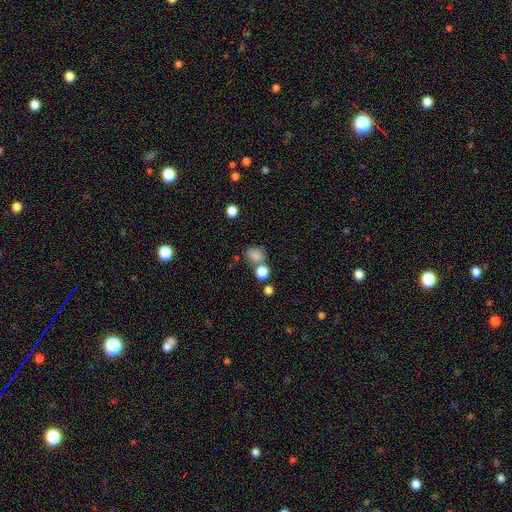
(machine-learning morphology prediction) Smooth or featured? smooth (80%)
How rounded? round (72%)
Merging? none (61%)